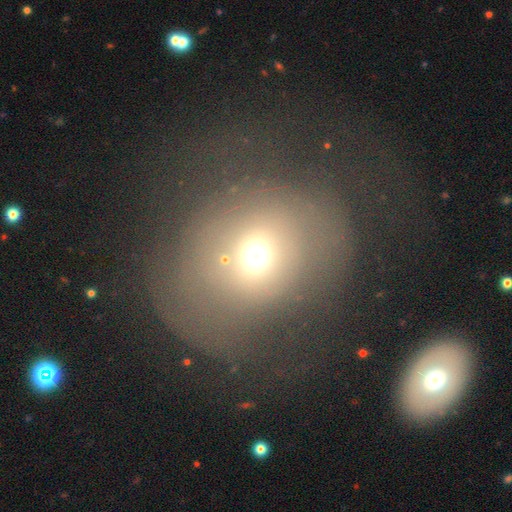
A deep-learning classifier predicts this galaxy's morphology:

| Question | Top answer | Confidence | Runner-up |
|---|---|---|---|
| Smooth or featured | smooth | 57% | featured or disk (27%) |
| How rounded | round | 69% | in between (30%) |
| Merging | none | 40% | major disturbance (37%) |